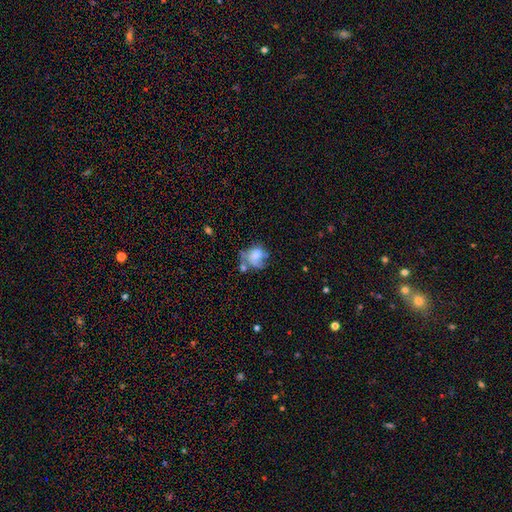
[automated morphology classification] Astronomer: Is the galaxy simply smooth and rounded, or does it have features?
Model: smooth — 54% (runner-up: featured or disk, 36%).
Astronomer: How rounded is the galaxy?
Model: round — 53% (runner-up: in between, 45%).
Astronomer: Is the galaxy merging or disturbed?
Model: none — 29% (runner-up: major disturbance, 24%).